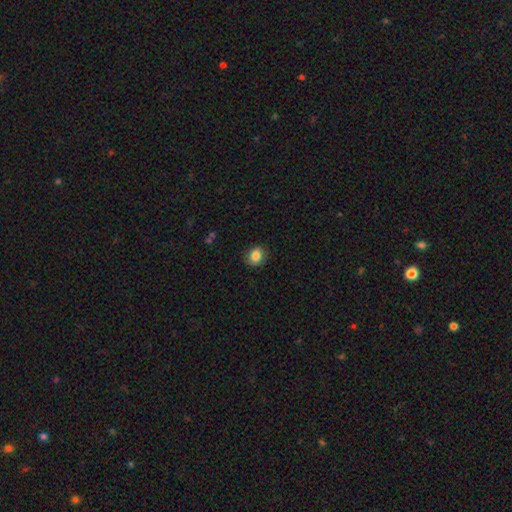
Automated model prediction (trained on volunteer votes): This is clearly a smooth galaxy (84%). How rounded: likely round (64%). Merging: clearly none (83%).